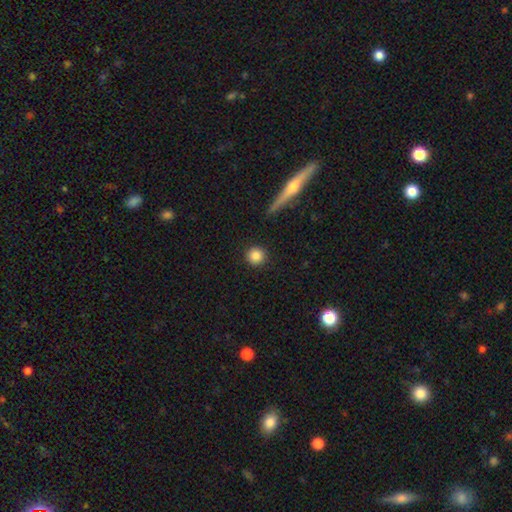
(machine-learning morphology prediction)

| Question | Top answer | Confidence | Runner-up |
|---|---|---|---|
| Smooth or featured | smooth | 85% | star or artifact (9%) |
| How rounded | round | 94% | in between (4%) |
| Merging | none | 91% | minor disturbance (6%) |